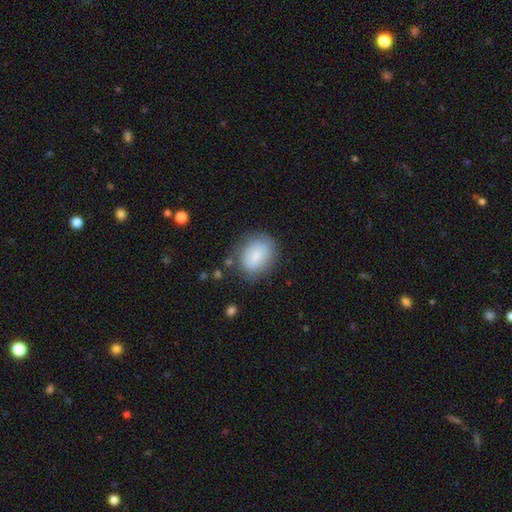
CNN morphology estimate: smooth 78%, featured or disk 15%, star or artifact 7%. Down the decision tree: how rounded — round (52%); merging — none (71%).